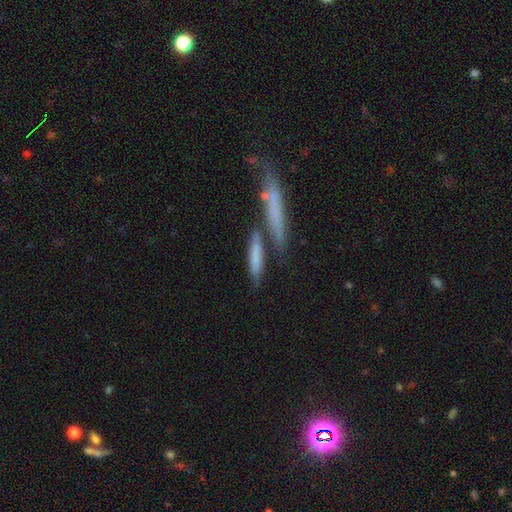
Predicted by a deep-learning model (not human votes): smooth 63%, featured or disk 29%, star or artifact 8%. Down the decision tree: how rounded — cigar-shaped (84%); merging — none (49%).